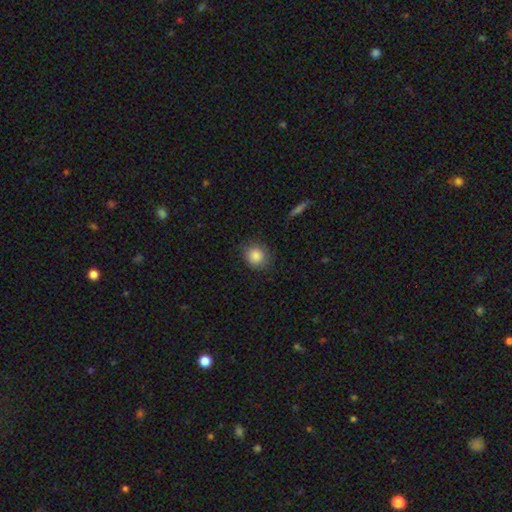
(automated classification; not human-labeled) This is clearly a smooth galaxy (86%). How rounded: clearly round (83%). Merging: clearly none (85%).